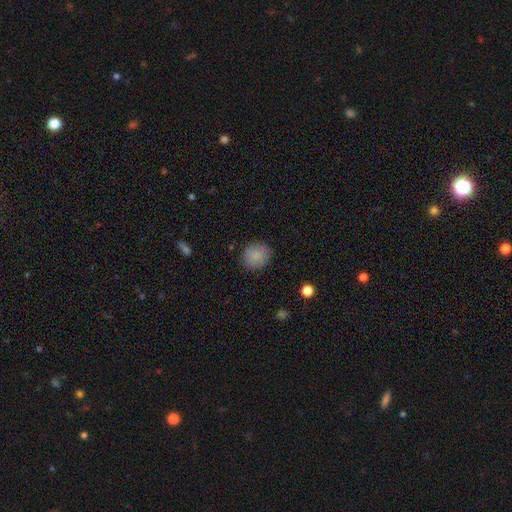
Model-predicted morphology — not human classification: type=smooth (84%); roundness=round (81%); merging=none (85%).